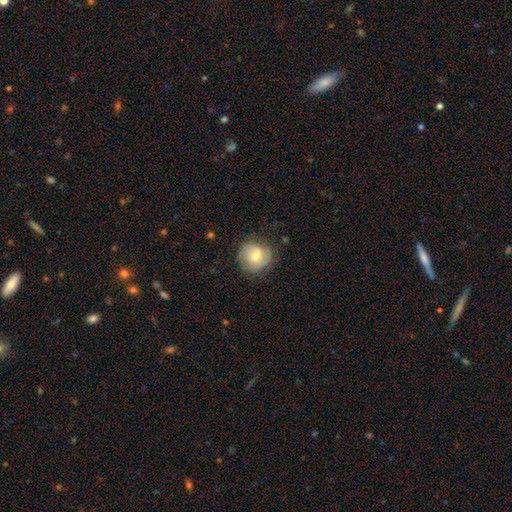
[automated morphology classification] Smooth or featured: smooth — 56% (featured or disk — 36%)
How rounded: round — 84% (in between — 15%)
Merging: none — 73% (minor disturbance — 20%)